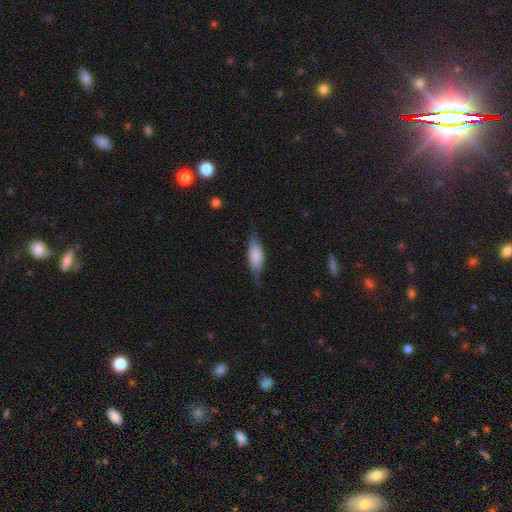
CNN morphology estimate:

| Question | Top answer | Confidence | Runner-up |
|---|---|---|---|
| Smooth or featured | smooth | 75% | featured or disk (19%) |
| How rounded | in between | 72% | cigar-shaped (26%) |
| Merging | none | 62% | minor disturbance (28%) |